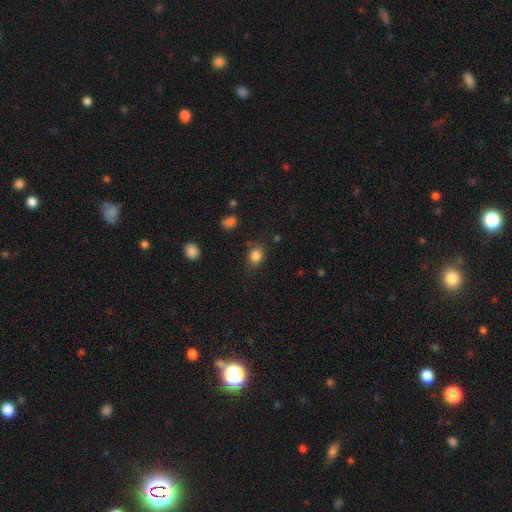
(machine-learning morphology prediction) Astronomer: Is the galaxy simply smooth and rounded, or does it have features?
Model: smooth — 84%.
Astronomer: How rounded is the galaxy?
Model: in between — 52% (runner-up: round, 47%).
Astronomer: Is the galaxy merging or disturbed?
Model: none — 77%.